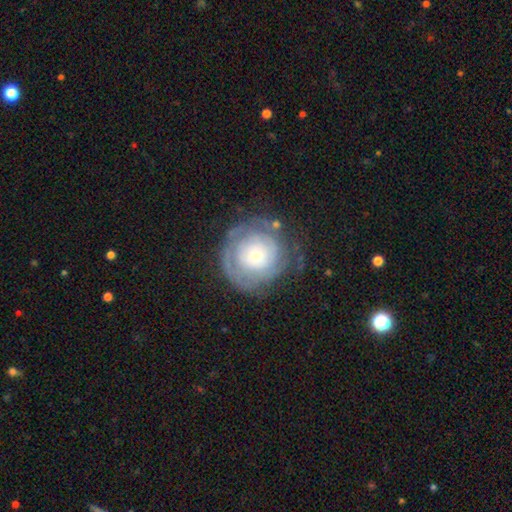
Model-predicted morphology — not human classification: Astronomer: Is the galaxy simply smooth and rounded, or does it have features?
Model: featured or disk — 61%.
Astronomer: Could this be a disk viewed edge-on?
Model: no — 97%.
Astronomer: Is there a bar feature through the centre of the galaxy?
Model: no — 86%.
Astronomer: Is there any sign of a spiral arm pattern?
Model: yes — 66%.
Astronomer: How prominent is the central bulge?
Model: small — 63%.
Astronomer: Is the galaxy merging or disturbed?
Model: none — 66%.